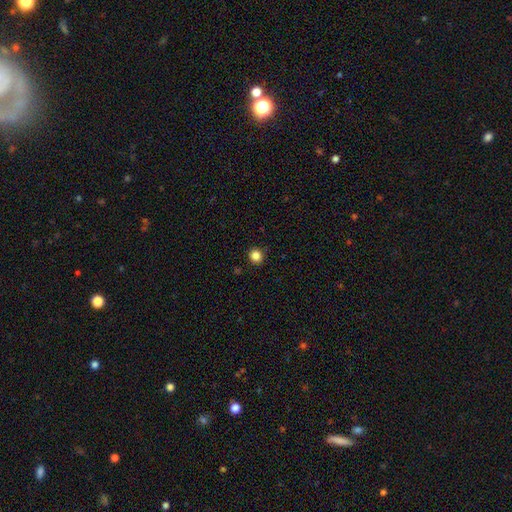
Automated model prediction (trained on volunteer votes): Smooth or featured? smooth (85%)
How rounded? round (88%)
Merging? none (92%)